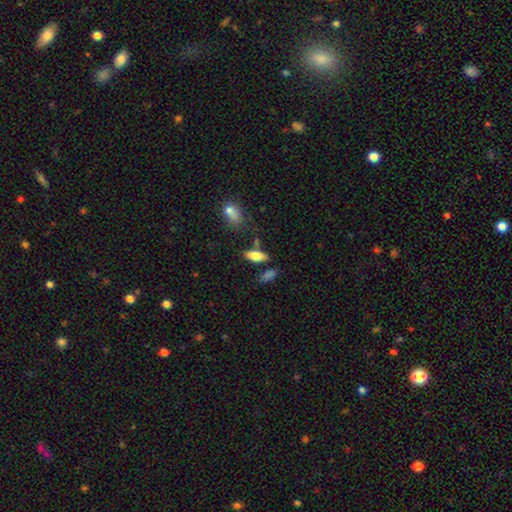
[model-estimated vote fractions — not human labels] Overall: smooth (71%). How rounded: in between (72%). Merging: none (72%).